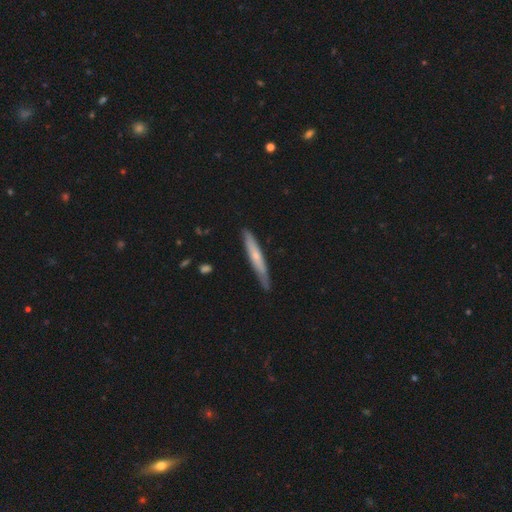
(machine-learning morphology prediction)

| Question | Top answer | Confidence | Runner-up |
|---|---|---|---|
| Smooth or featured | smooth | 49% | featured or disk (46%) |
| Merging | none | 80% | minor disturbance (16%) |